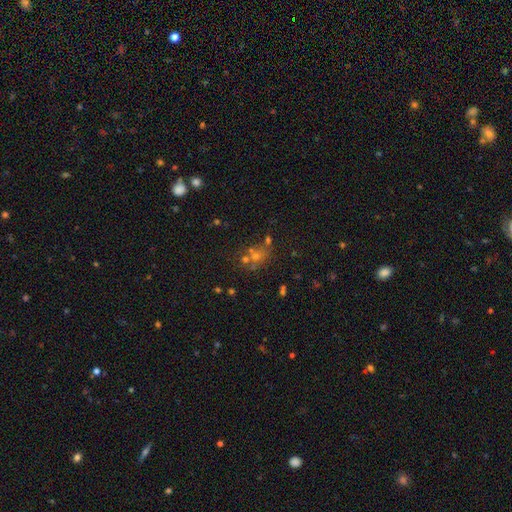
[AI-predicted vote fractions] Smooth or featured: smooth — 44% (star or artifact — 39%)
Merging: none — 53% (merger — 30%)